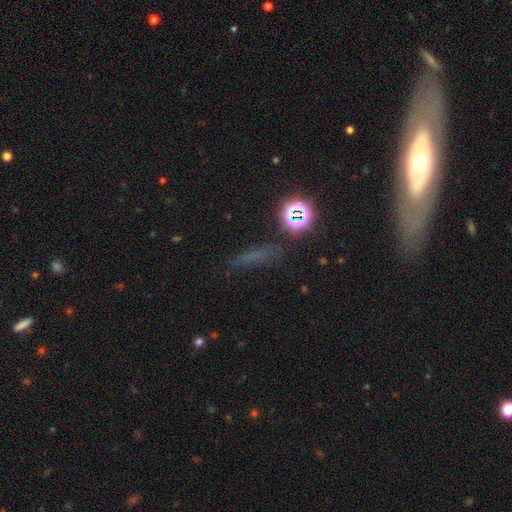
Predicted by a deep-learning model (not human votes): Smooth or featured?
  - star or artifact: 41% *
  - smooth: 38%
  - featured or disk: 21%